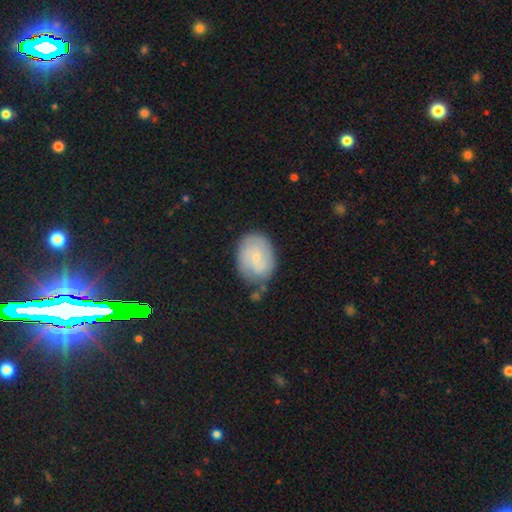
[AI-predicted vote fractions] The model was most divided on "smooth or featured": featured or disk: 51%, smooth: 42%, star or artifact: 7%. More confident: edge-on disk — no (97%); merging — none (68%).